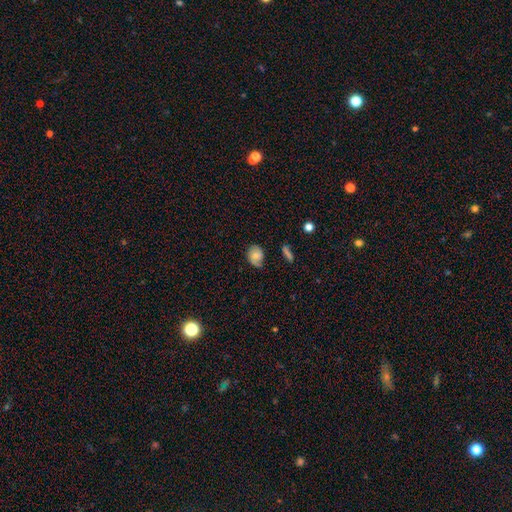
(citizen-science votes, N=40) smooth-or-featured: featured or disk: 45% | smooth: 42% | star or artifact: 12%
  disk-edge-on: no: 100% | yes: 0%
    bar: no: 67% | weak: 33% | strong: 0%
    has-spiral-arms: yes: 67% | no: 33%
      spiral-winding: tight: 33% (tied) | medium: 33% (tied) | loose: 33% (tied)
      spiral-arm-count: 1: 58% | 2: 42% | 3: 0% | 4: 0% | more than 4: 0% | can't tell: 0%
    bulge-size: moderate: 56% | none: 22% | small: 17% | large: 6% | dominant: 0%
  merging: minor disturbance: 49% | none: 40% | major disturbance: 11% | merger: 0%